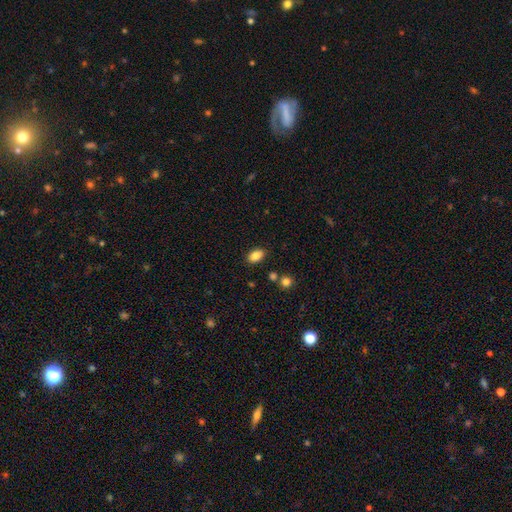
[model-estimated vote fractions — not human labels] Smooth or featured: smooth — 85% (star or artifact — 9%)
How rounded: in between — 87% (round — 12%)
Merging: none — 86% (minor disturbance — 9%)